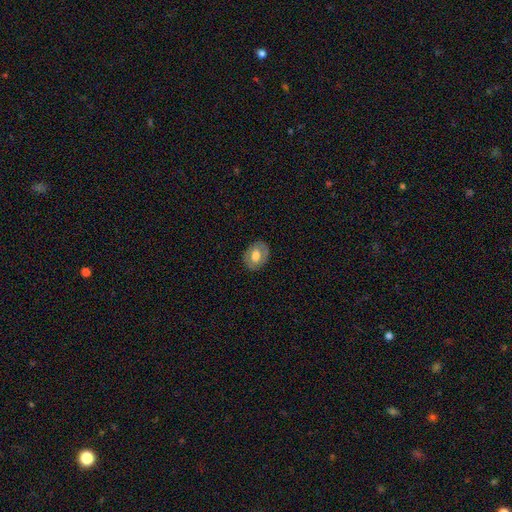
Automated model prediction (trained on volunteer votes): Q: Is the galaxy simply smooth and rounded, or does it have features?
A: smooth — 59%.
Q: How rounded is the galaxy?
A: in between — 69%.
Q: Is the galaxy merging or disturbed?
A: none — 84%.